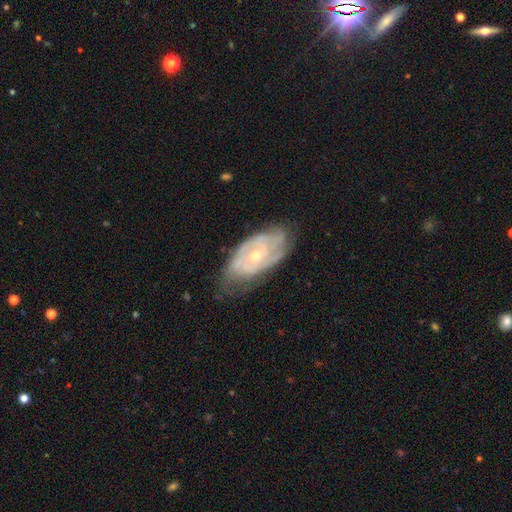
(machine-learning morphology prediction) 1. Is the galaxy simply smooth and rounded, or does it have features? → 81% featured or disk, 13% smooth, 6% star or artifact.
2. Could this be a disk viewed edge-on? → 94% no, 6% yes.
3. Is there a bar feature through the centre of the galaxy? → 70% no, 24% weak, 5% strong.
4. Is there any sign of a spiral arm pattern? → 90% yes, 10% no.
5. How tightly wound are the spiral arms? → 65% tight, 28% medium, 7% loose.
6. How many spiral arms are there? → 37% can't tell, 30% 2, 18% 3, 7% 4, 4% 1, 4% more than 4.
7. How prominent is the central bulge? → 55% small, 42% moderate, 1% large, 1% none, 1% dominant.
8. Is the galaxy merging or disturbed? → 66% none, 25% minor disturbance, 7% major disturbance, 1% merger.